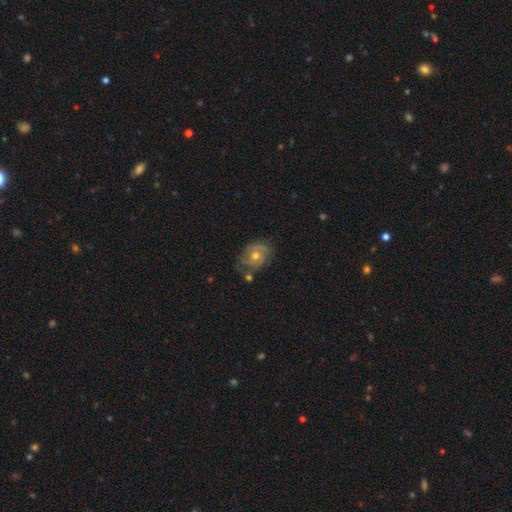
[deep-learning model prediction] Smooth or featured? featured or disk (70%)
Edge-on disk? no (96%)
Bar? no (73%)
Spiral arms? yes (85%)
Spiral winding? tight (49%)
Spiral arm count? 2 (60%)
Bulge size? moderate (69%)
Merging? none (68%)